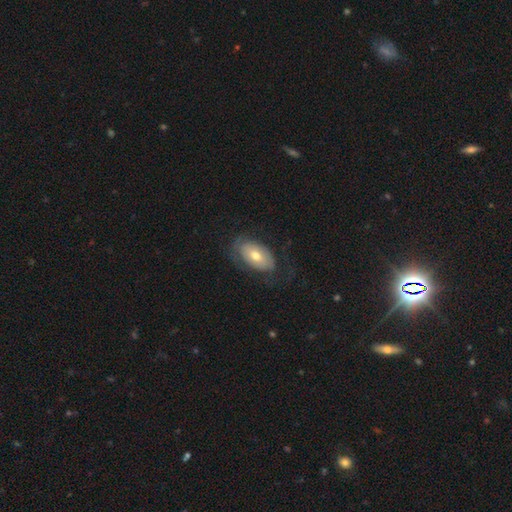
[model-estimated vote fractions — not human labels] Smooth or featured? smooth (48%)
Merging? none (61%)